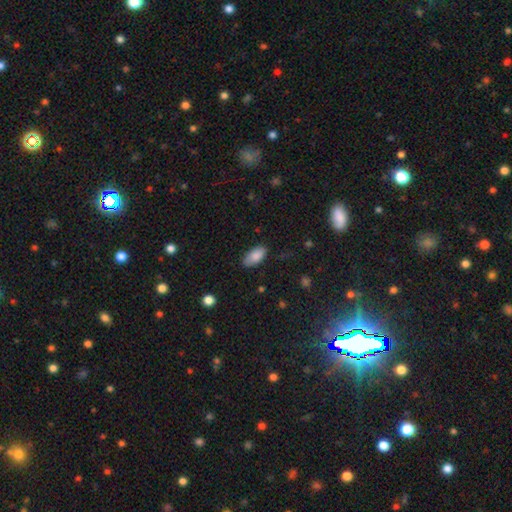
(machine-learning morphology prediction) Q: Smooth or featured?
A: smooth (86%); runner-up: featured or disk (7%)
Q: How rounded?
A: in between (93%); runner-up: cigar-shaped (5%)
Q: Merging?
A: none (83%); runner-up: minor disturbance (13%)